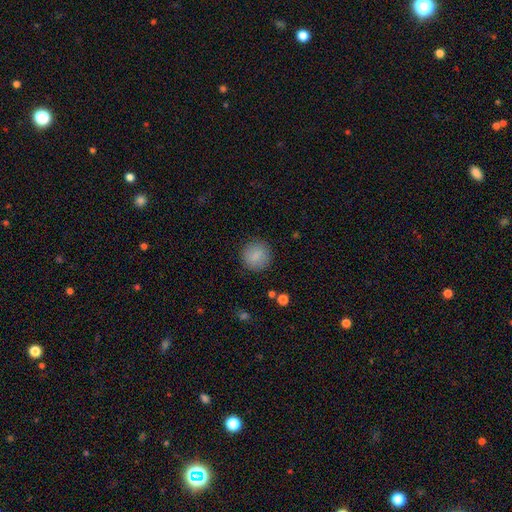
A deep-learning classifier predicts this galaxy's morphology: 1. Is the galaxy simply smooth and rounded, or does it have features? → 85% smooth, 8% star or artifact, 7% featured or disk.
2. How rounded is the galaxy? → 91% round, 8% in between, 1% cigar-shaped.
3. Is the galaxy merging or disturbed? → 88% none, 8% minor disturbance, 3% major disturbance, 1% merger.